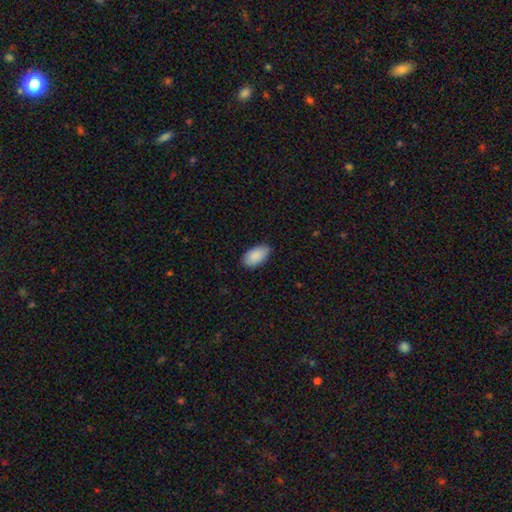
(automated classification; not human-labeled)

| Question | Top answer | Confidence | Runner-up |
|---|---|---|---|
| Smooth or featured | smooth | 89% | star or artifact (6%) |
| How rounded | in between | 95% | round (3%) |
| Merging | none | 80% | minor disturbance (16%) |